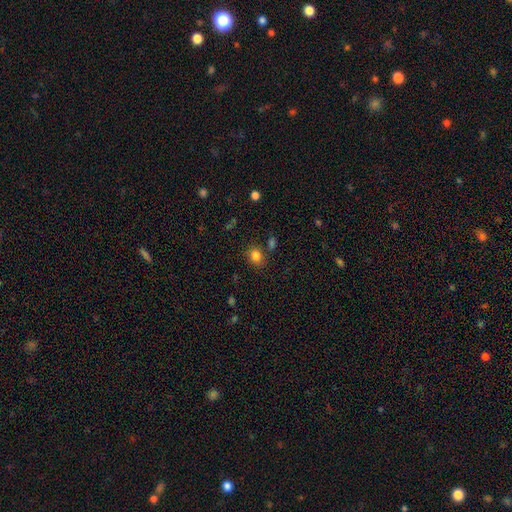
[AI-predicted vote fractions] Smooth or featured: smooth — 82% (star or artifact — 12%)
How rounded: round — 61% (in between — 38%)
Merging: none — 80% (minor disturbance — 11%)